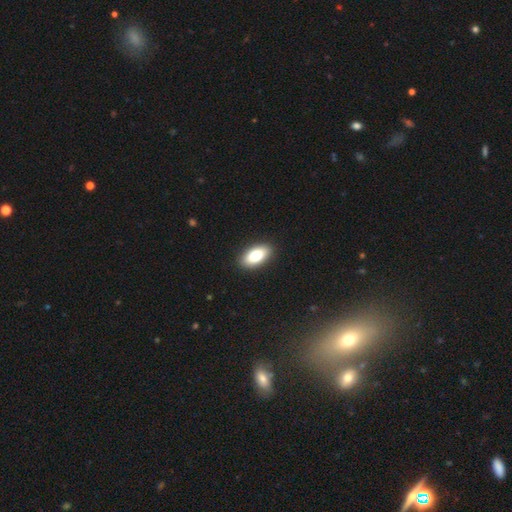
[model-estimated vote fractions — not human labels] Q: Smooth or featured?
A: smooth (80%); runner-up: featured or disk (13%)
Q: How rounded?
A: in between (91%); runner-up: cigar-shaped (5%)
Q: Merging?
A: none (90%); runner-up: minor disturbance (7%)